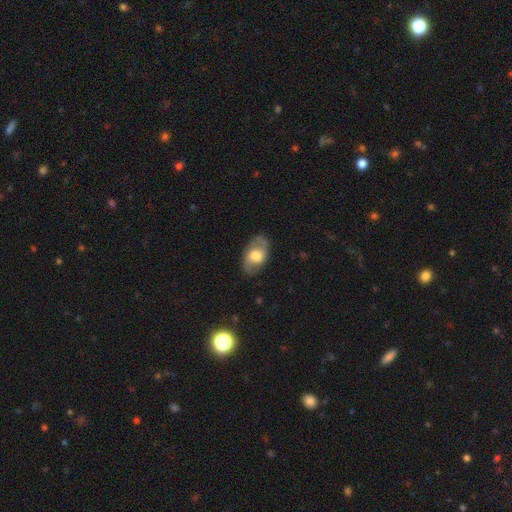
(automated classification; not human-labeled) Smooth or featured: featured or disk — 48% (smooth — 45%)
Merging: none — 77% (minor disturbance — 16%)